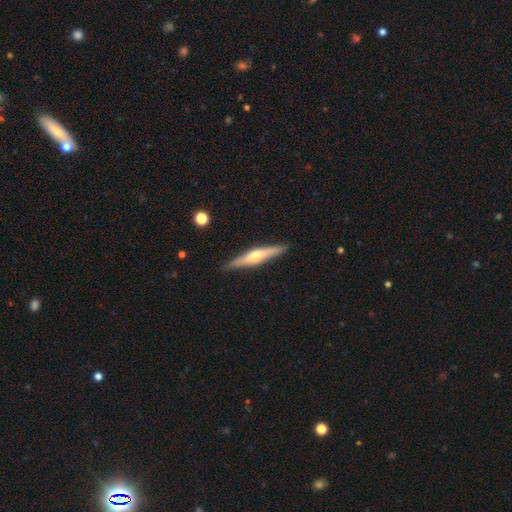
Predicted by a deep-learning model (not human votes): Q: Smooth or featured?
A: featured or disk (57%); runner-up: smooth (37%)
Q: Edge-on disk?
A: yes (96%); runner-up: no (4%)
Q: Edge-on bulge?
A: rounded (79%); runner-up: boxy (11%)
Q: Merging?
A: none (89%); runner-up: minor disturbance (8%)